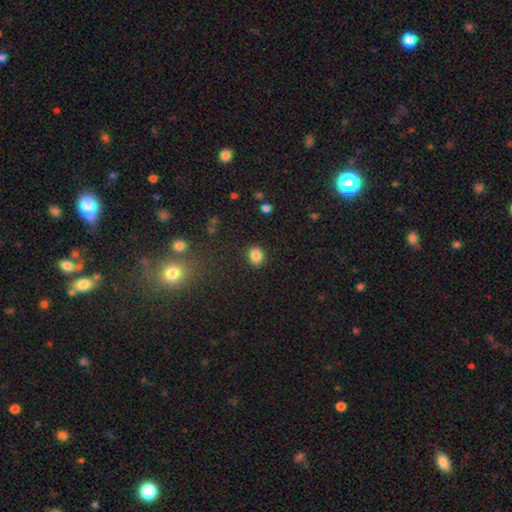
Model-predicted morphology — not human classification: Smooth or featured: smooth — 85% (star or artifact — 10%)
How rounded: in between — 58% (round — 41%)
Merging: none — 87% (minor disturbance — 9%)